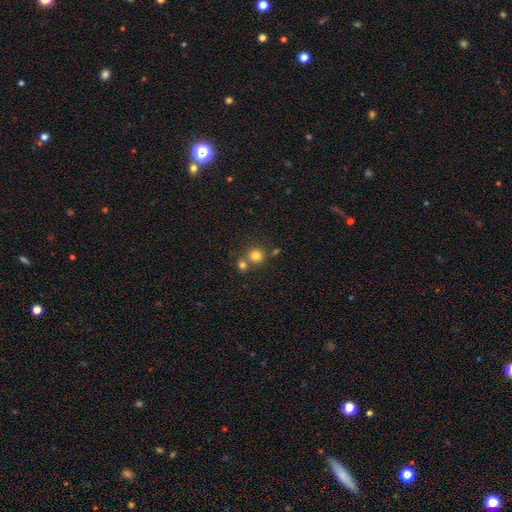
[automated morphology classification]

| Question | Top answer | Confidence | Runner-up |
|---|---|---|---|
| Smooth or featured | smooth | 79% | star or artifact (13%) |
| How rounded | round | 87% | in between (12%) |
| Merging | none | 59% | merger (30%) |